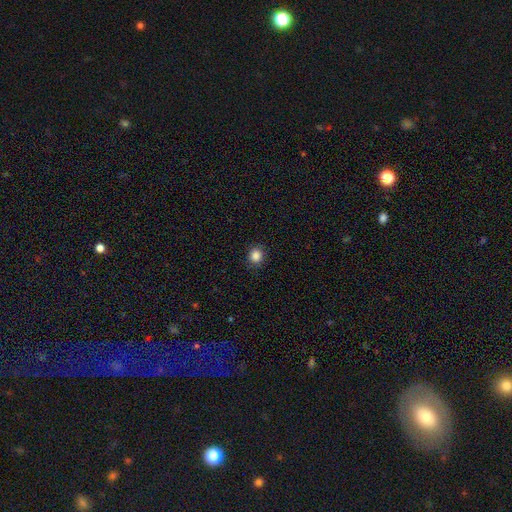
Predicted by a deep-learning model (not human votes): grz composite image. It shows a smooth galaxy with no disk features (86%) that is round (85%). Merging: none (90%).